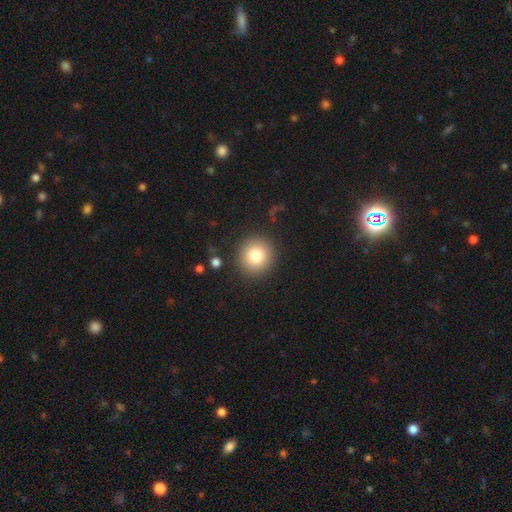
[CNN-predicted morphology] The model was most divided on "smooth or featured": smooth: 80%, star or artifact: 10%, featured or disk: 10%. More confident: how rounded — round (92%); merging — none (89%).